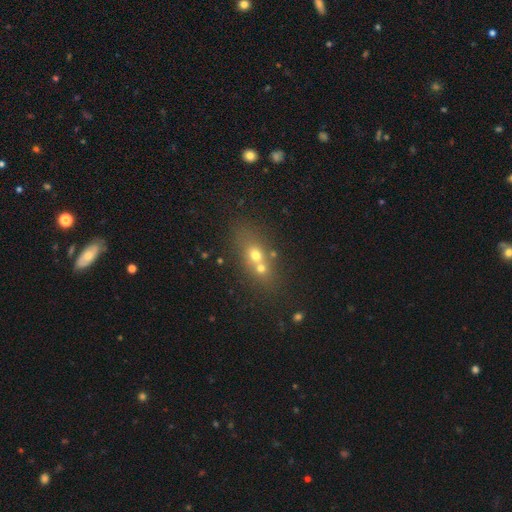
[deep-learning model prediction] Smooth or featured: smooth — 56% (featured or disk — 27%)
How rounded: in between — 50% (round — 44%)
Merging: merger — 53% (none — 35%)